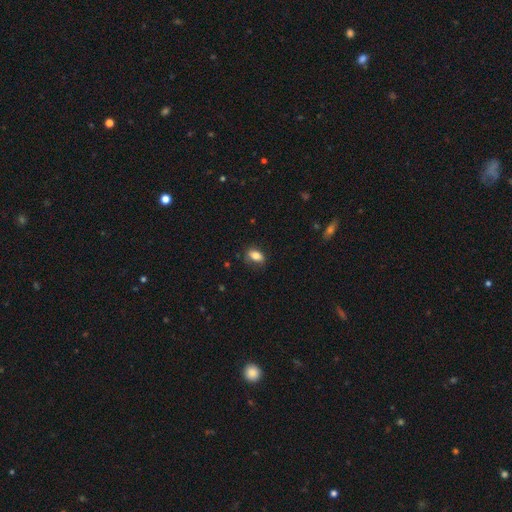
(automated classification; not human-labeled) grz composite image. It shows a smooth galaxy with no disk features (81%) that is in between round and cigar-shaped (84%). Merging: none (73%).